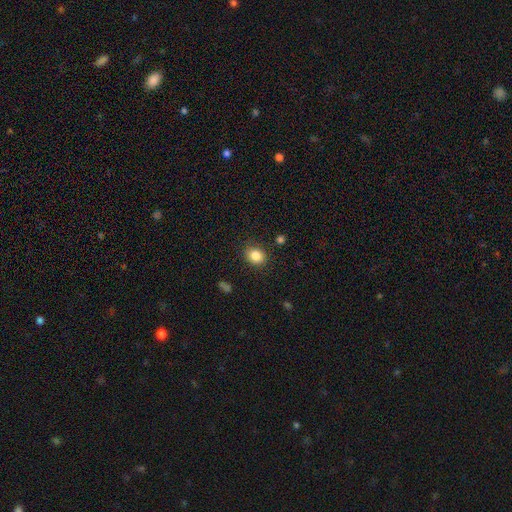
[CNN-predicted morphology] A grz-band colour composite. It shows a smooth galaxy with no disk features (84%) that is round (62%). Merging: none (86%).